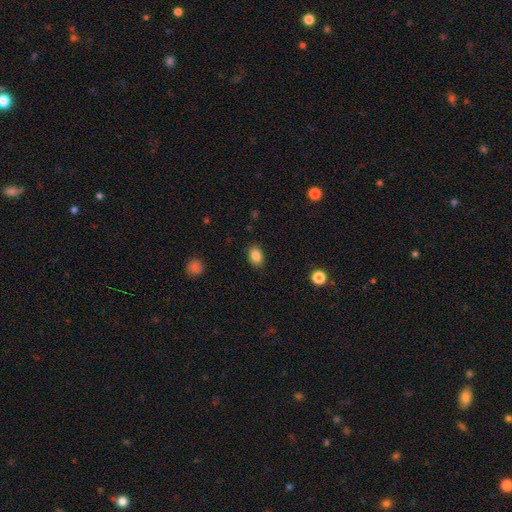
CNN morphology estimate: The model was most divided on "how rounded": in between: 74%, round: 25%, cigar-shaped: 1%. More confident: merging — none (86%); smooth or featured — smooth (86%).